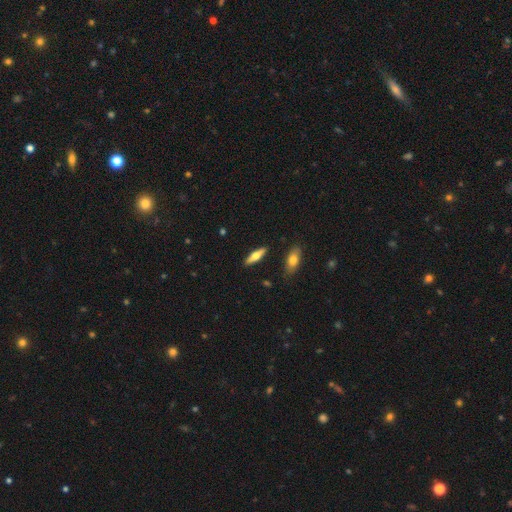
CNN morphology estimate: Q: Smooth or featured?
A: smooth (49%); runner-up: featured or disk (45%)
Q: Merging?
A: none (88%); runner-up: minor disturbance (8%)